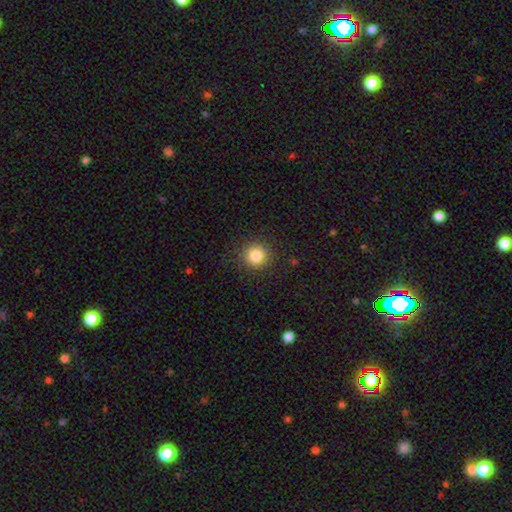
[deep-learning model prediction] Smooth or featured? Predicted: smooth (p=0.84). How rounded? Predicted: round (p=0.94). Merging? Predicted: none (p=0.90).